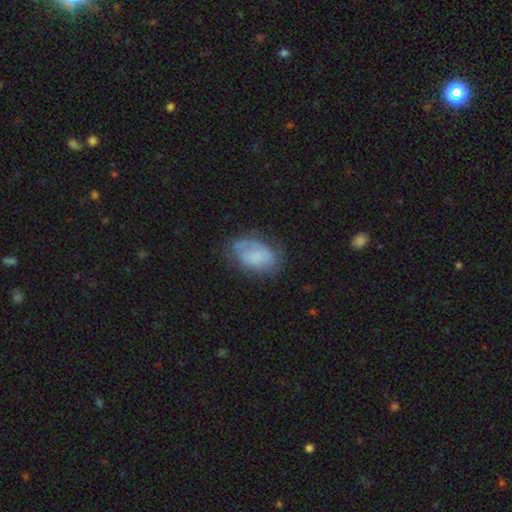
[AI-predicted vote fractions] The model was most divided on "smooth or featured": smooth: 54%, featured or disk: 38%, star or artifact: 9%. More confident: how rounded — in between (87%); merging — none (52%).